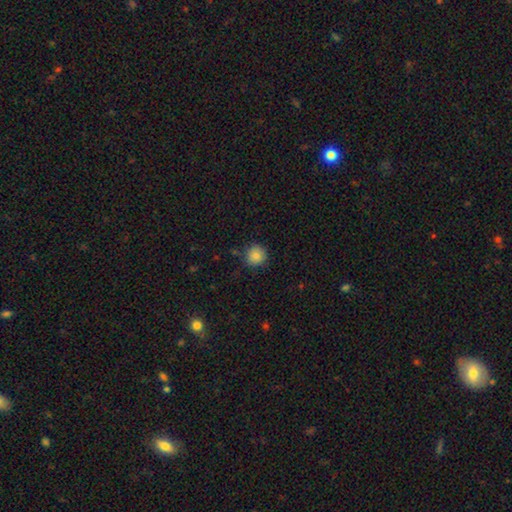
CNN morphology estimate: This is clearly a smooth galaxy (84%). How rounded: clearly round (93%). Merging: clearly none (83%).